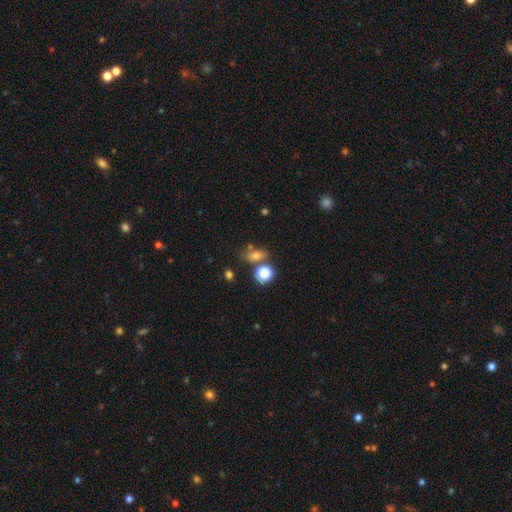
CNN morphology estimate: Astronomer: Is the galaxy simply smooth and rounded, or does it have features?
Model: smooth — 65%.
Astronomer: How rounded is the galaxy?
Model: in between — 65%.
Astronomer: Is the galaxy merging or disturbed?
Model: none — 59%.